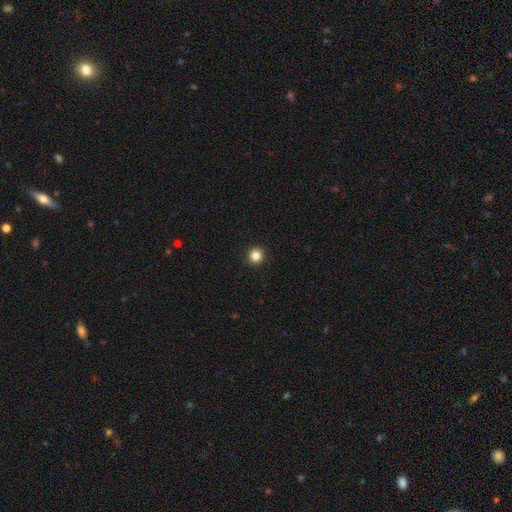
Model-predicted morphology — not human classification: Smooth or featured? smooth (84%)
How rounded? round (95%)
Merging? none (93%)